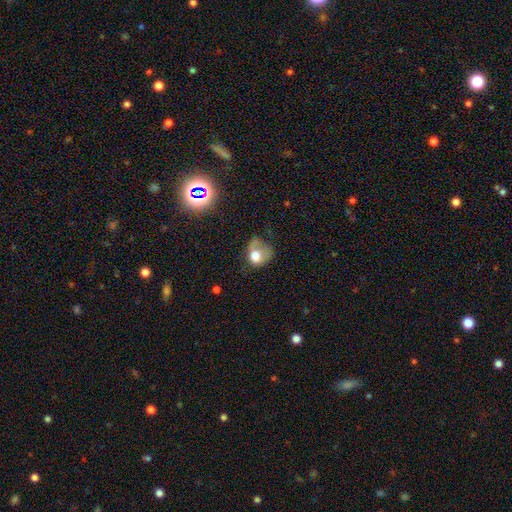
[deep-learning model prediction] smooth-or-featured: smooth: 65% | featured or disk: 23% | star or artifact: 12%
  how-rounded: round: 52% | in between: 47% | cigar-shaped: 1%
  merging: major disturbance: 44% | minor disturbance: 27% | none: 22% | merger: 6%